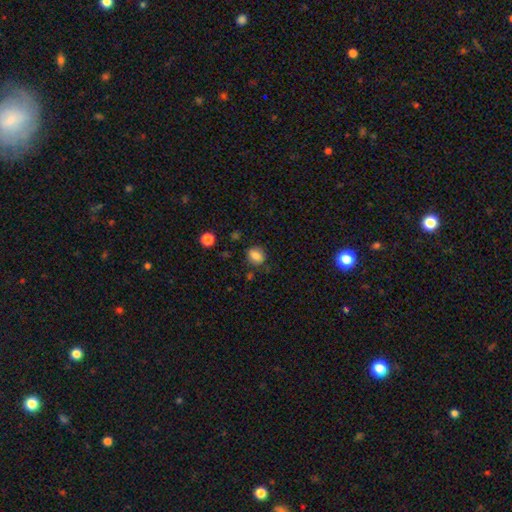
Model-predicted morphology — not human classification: Overall: smooth (82%). How rounded: round (50%; in between 49%). Merging: none (78%).